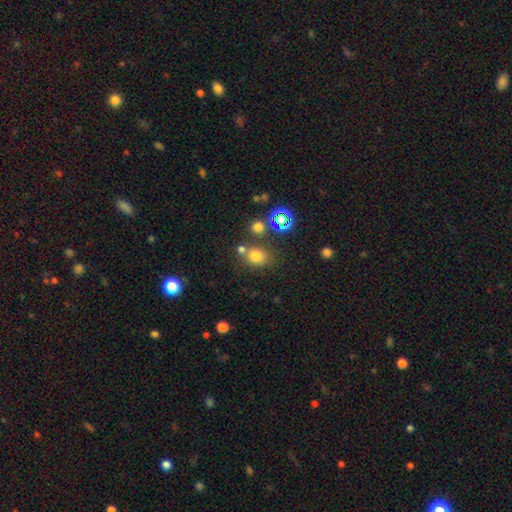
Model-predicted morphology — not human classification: This appears to be a smooth galaxy with no disk features (72%) that is round (70%). Merging: none (65%).